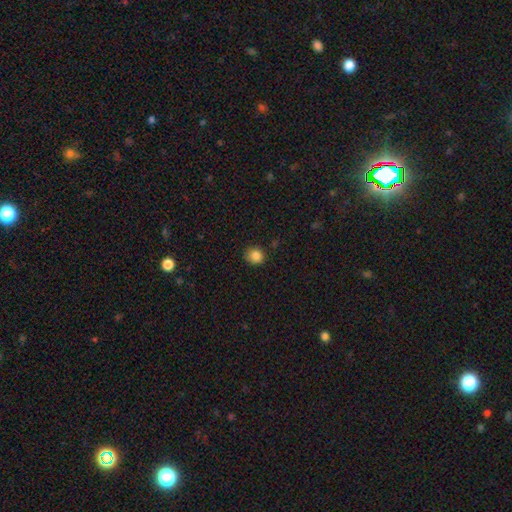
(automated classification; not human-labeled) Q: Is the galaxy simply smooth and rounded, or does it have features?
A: smooth — 85%.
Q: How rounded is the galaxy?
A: round — 80%.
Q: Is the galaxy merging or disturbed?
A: none — 79%.